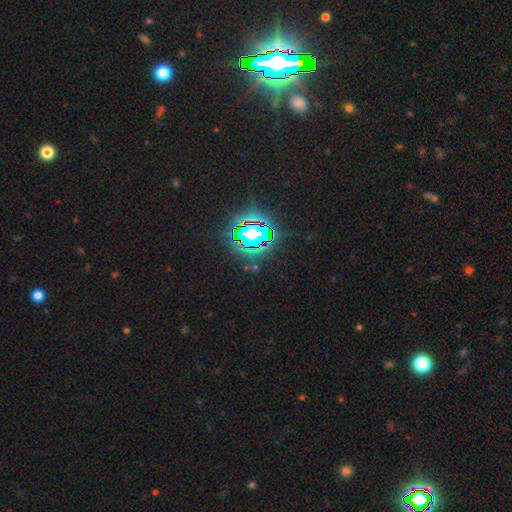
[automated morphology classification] smooth_or_featured: star or artifact (p=0.84) [alt: smooth p=0.10]